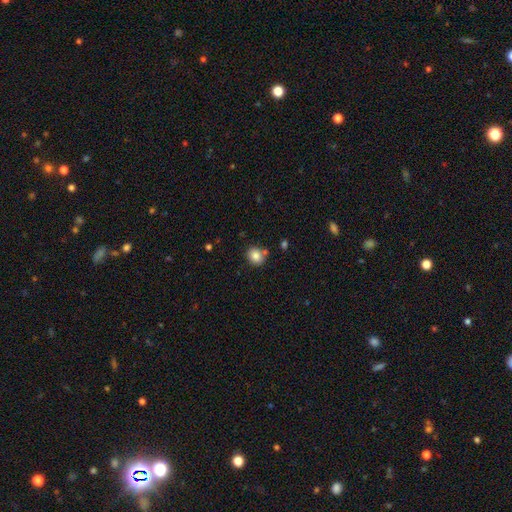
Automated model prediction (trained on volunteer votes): Q: Smooth or featured?
A: smooth (83%); runner-up: star or artifact (10%)
Q: How rounded?
A: round (73%); runner-up: in between (26%)
Q: Merging?
A: none (76%); runner-up: minor disturbance (12%)